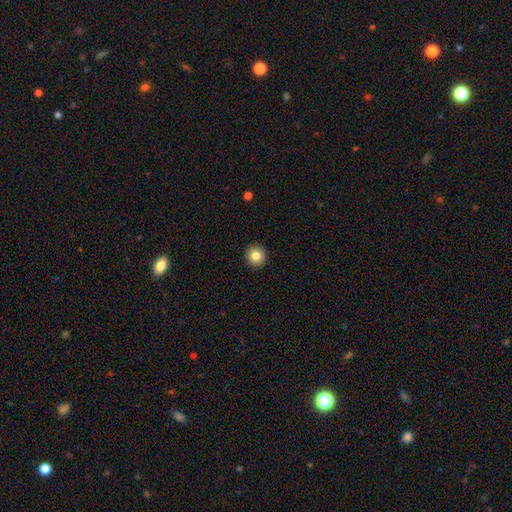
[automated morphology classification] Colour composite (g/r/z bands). It shows a smooth galaxy with no disk features (82%) that is round (94%). Merging: none (93%).